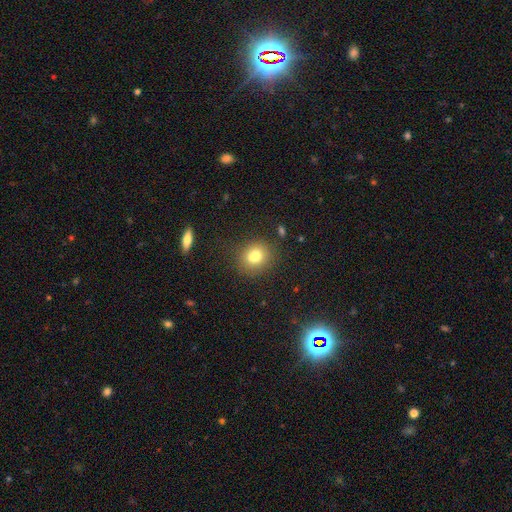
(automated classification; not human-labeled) The model was most divided on "how rounded": round: 70%, in between: 29%, cigar-shaped: 1%. More confident: smooth or featured — smooth (77%); merging — none (68%).